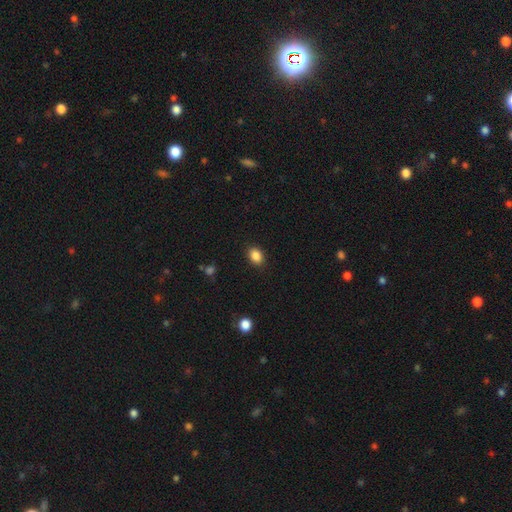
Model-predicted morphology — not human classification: smooth-or-featured: smooth: 87% | star or artifact: 9% | featured or disk: 4%
  how-rounded: in between: 69% | round: 30% | cigar-shaped: 1%
  merging: none: 88% | minor disturbance: 8% | major disturbance: 2% | merger: 1%